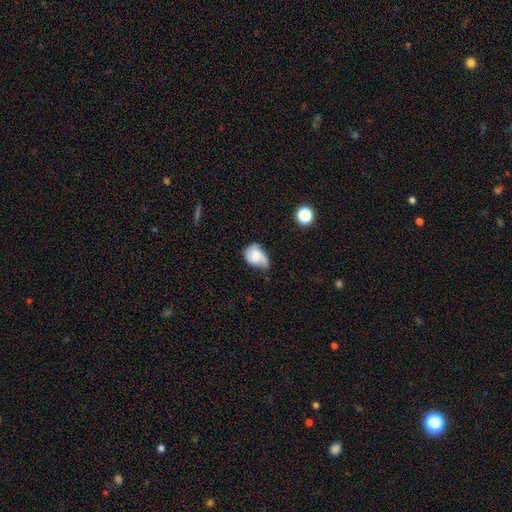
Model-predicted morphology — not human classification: This appears to be a smooth galaxy with no disk features (61%) that is in between round and cigar-shaped (68%). Merging: minor disturbance (47%).